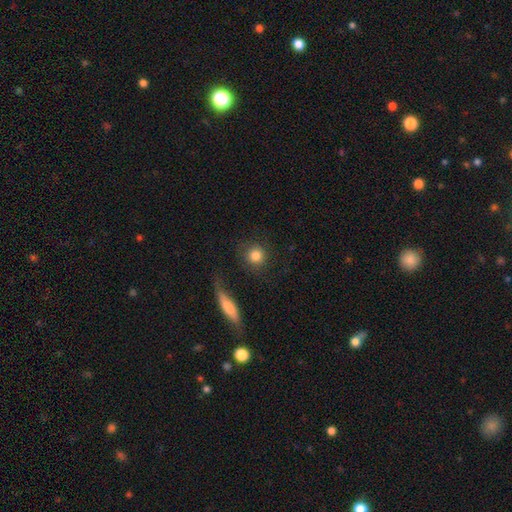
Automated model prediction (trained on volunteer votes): Smooth or featured? smooth (83%)
How rounded? round (90%)
Merging? none (81%)